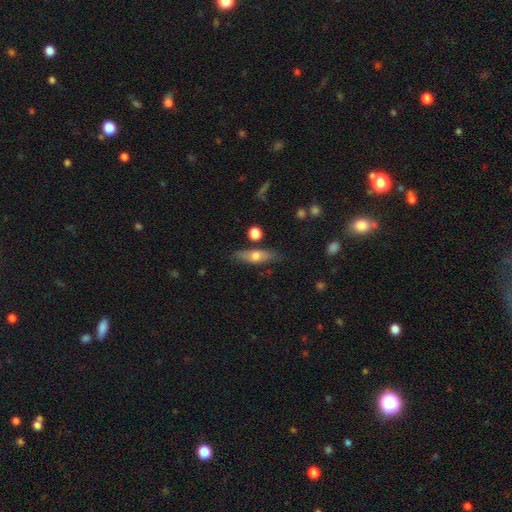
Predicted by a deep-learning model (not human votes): This is possibly a smooth galaxy (56%). How rounded: possibly cigar-shaped (52%). Merging: likely none (79%).